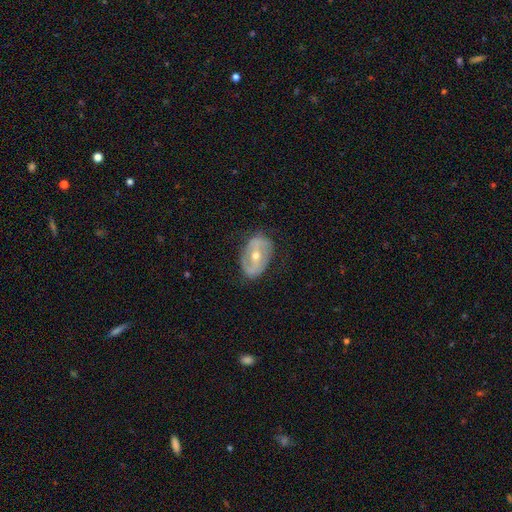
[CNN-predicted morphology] The model was most divided on "bar": weak: 36%, strong: 34%, no: 30%. More confident: edge-on disk — no (94%); merging — none (78%); smooth or featured — featured or disk (72%); bulge size — moderate (66%); spiral arms — yes (58%).